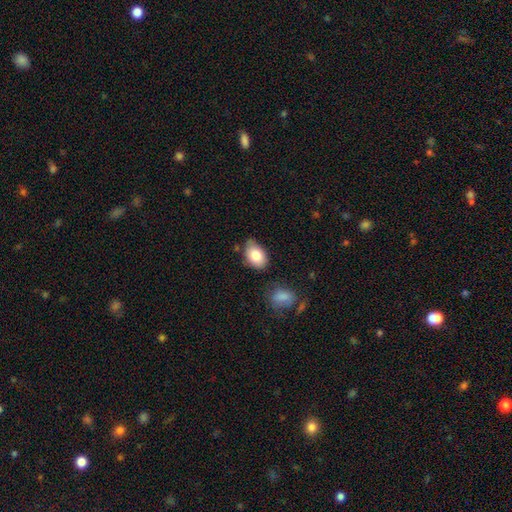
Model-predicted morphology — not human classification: This appears to be a smooth galaxy with no disk features (81%) that is in between round and cigar-shaped (82%). Merging: none (66%).